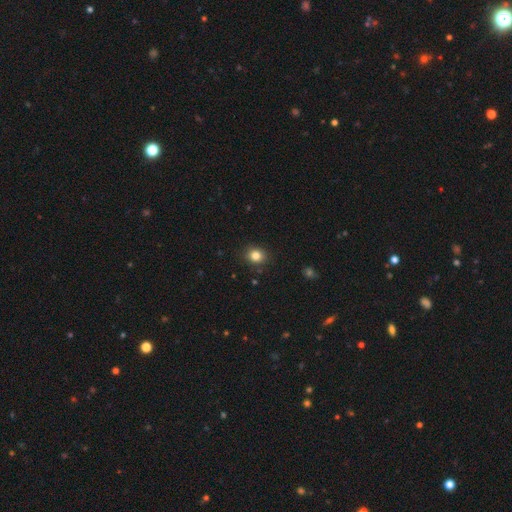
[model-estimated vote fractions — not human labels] A smooth galaxy with no disk features (83%) that is round (71%).

Vote fractions:
- Smooth or featured? smooth: 83% / star or artifact: 11% / featured or disk: 6%
- How rounded? round: 71% / in between: 28% / cigar-shaped: 1%
- Merging? none: 88% / minor disturbance: 8% / major disturbance: 2% / merger: 1%